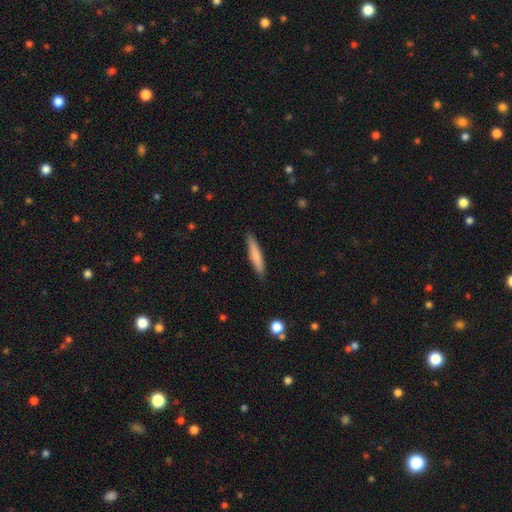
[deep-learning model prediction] smooth 78%, featured or disk 17%, star or artifact 6%. Down the decision tree: how rounded — cigar-shaped (90%); merging — none (88%).